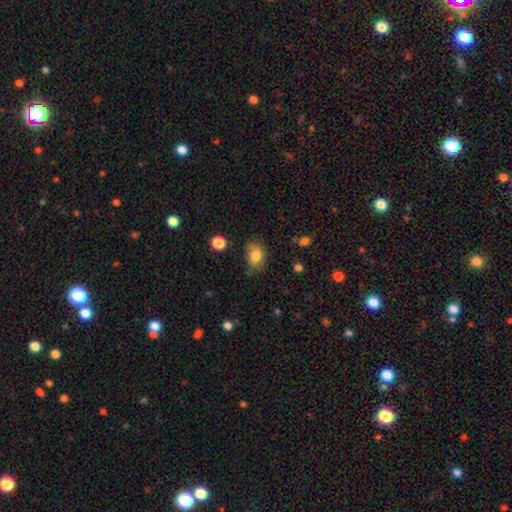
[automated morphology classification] smooth-or-featured: smooth: 82% | star or artifact: 9% | featured or disk: 9%
  how-rounded: in between: 70% | round: 28% | cigar-shaped: 1%
  merging: none: 69% | minor disturbance: 22% | major disturbance: 5% | merger: 3%